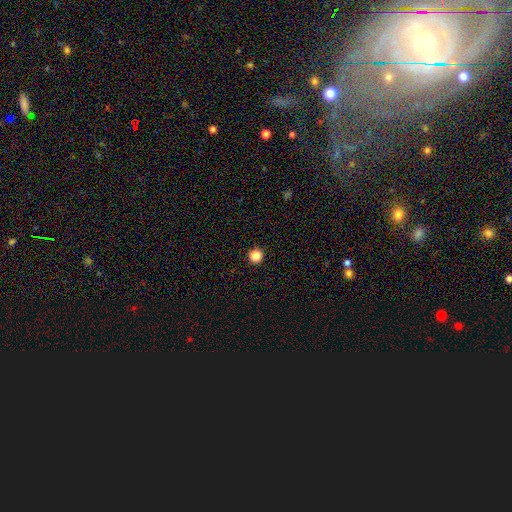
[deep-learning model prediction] The model was most divided on "smooth or featured": smooth: 86%, star or artifact: 11%, featured or disk: 3%. More confident: how rounded — round (96%); merging — none (94%).